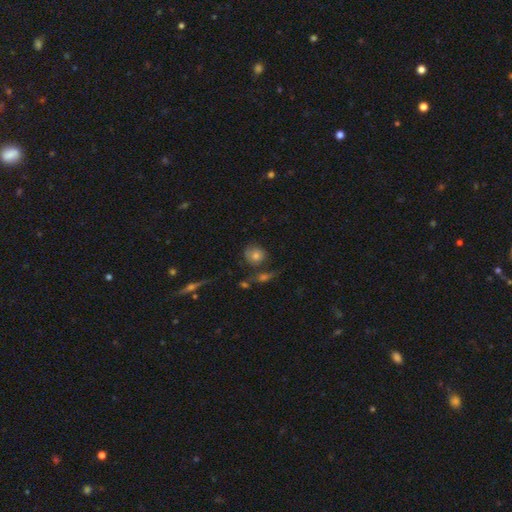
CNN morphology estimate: The model was most divided on "merging": none: 55%, minor disturbance: 21%, merger: 13%, major disturbance: 11%. More confident: how rounded — round (76%); smooth or featured — smooth (63%).